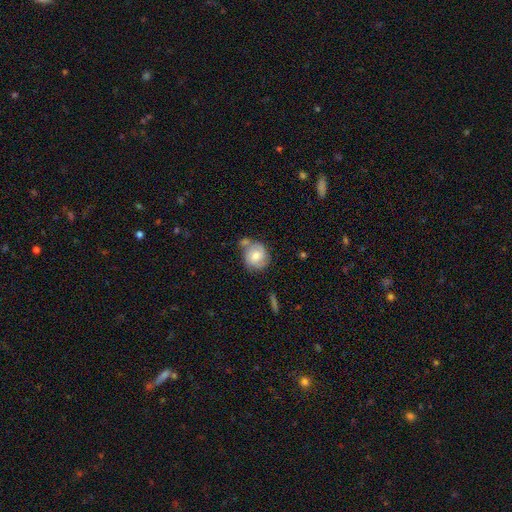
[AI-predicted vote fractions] A smooth galaxy with no disk features (54%) that is round (80%). Merging: none (51%).